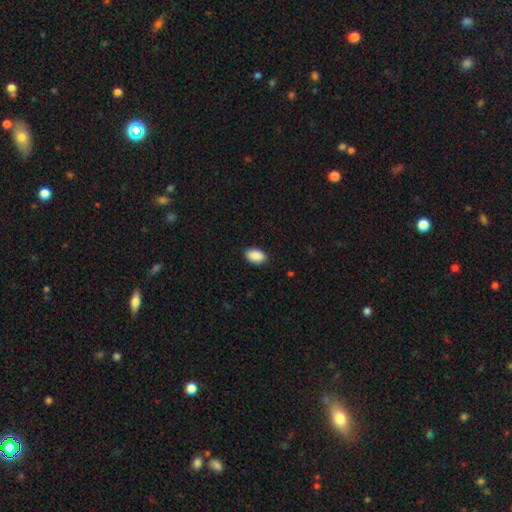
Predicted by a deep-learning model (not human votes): smooth 91%, star or artifact 7%, featured or disk 3%. Down the decision tree: how rounded — in between (90%); merging — none (89%).